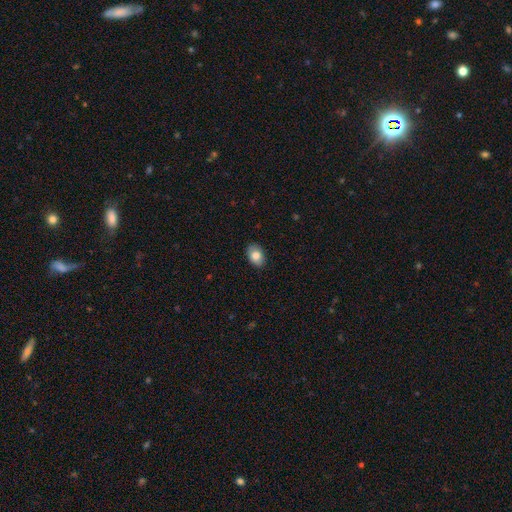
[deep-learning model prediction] Smooth or featured: smooth — 83% (featured or disk — 10%)
How rounded: in between — 84% (round — 15%)
Merging: none — 87% (minor disturbance — 10%)